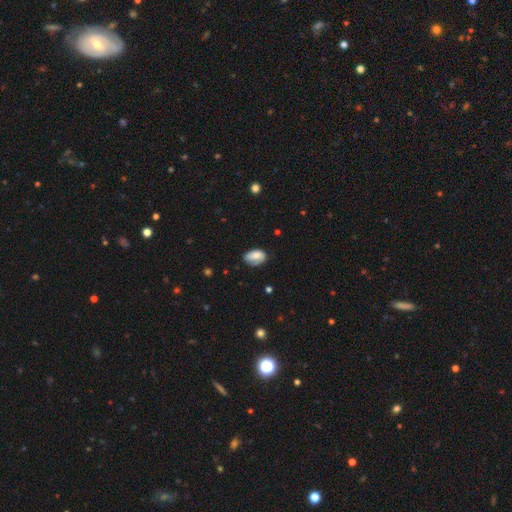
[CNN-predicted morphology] A smooth galaxy with no disk features (76%) that is in between round and cigar-shaped (90%).

Vote fractions:
- Smooth or featured? smooth: 76% / featured or disk: 16% / star or artifact: 8%
- How rounded? in between: 90% / round: 8% / cigar-shaped: 2%
- Merging? none: 58% / minor disturbance: 31% / major disturbance: 9% / merger: 2%